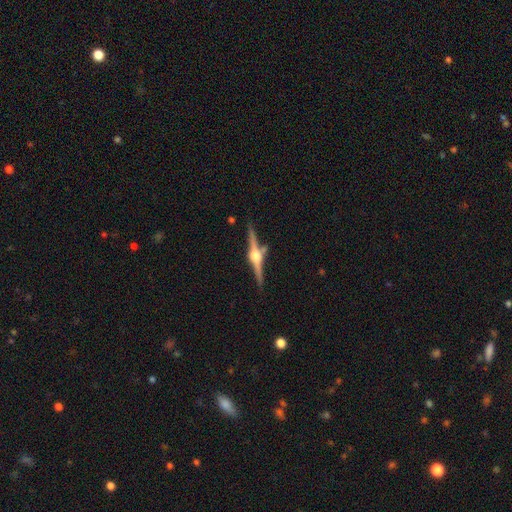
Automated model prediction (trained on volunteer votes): Q: Smooth or featured?
A: featured or disk (87%); runner-up: smooth (7%)
Q: Edge-on disk?
A: yes (98%); runner-up: no (2%)
Q: Edge-on bulge?
A: rounded (95%); runner-up: boxy (4%)
Q: Merging?
A: none (84%); runner-up: minor disturbance (9%)